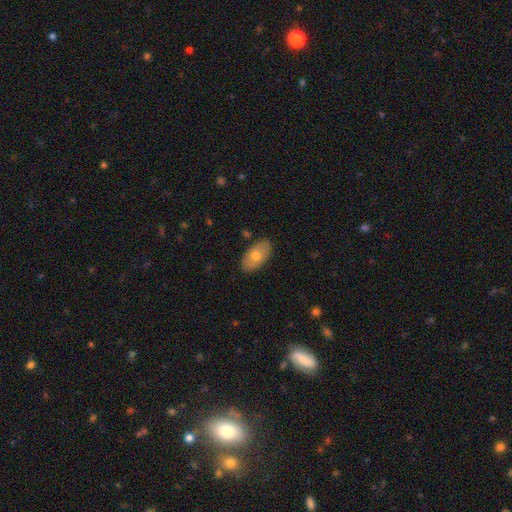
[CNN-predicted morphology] type=smooth (69%); roundness=in between (94%); merging=none (86%).